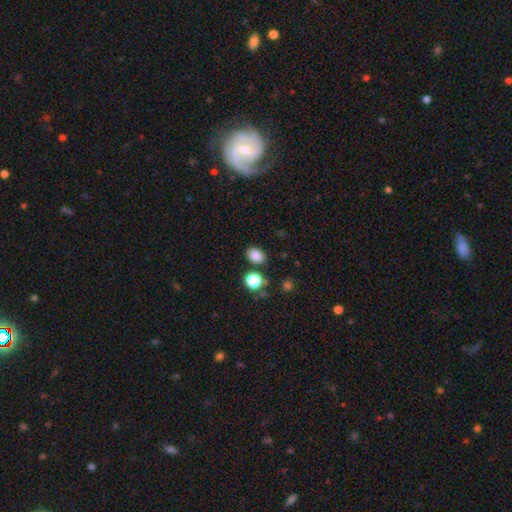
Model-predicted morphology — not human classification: type=smooth (83%); roundness=in between (64%); merging=none (82%).